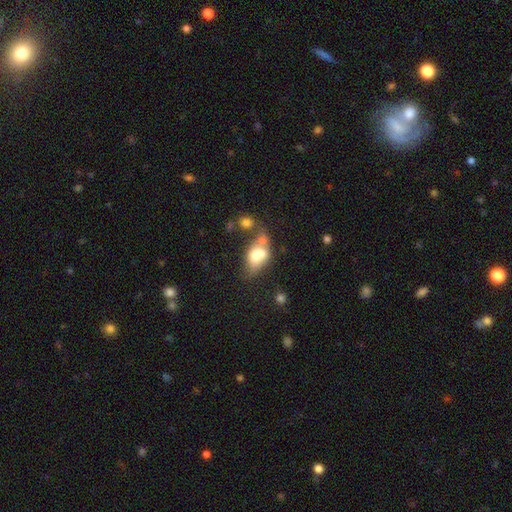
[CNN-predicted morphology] This is likely a smooth galaxy (62%). How rounded: likely in between (77%). Merging: possibly merger (58%).